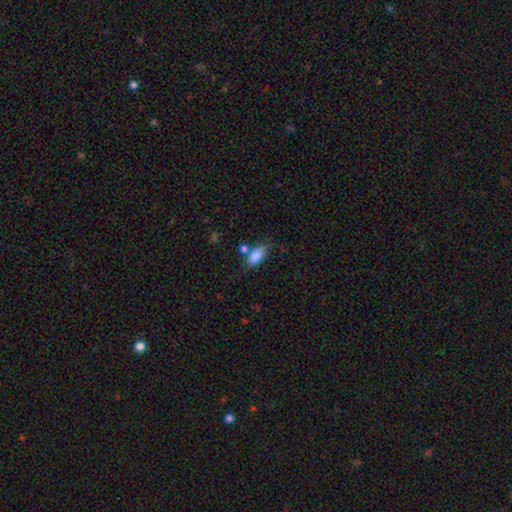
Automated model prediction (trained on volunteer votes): Smooth or featured?
  - smooth: 86% *
  - star or artifact: 7%
  - featured or disk: 6%
How rounded?
  - in between: 89% *
  - cigar-shaped: 7%
  - round: 4%
Merging?
  - none: 64% *
  - minor disturbance: 18%
  - merger: 12%
  - major disturbance: 5%